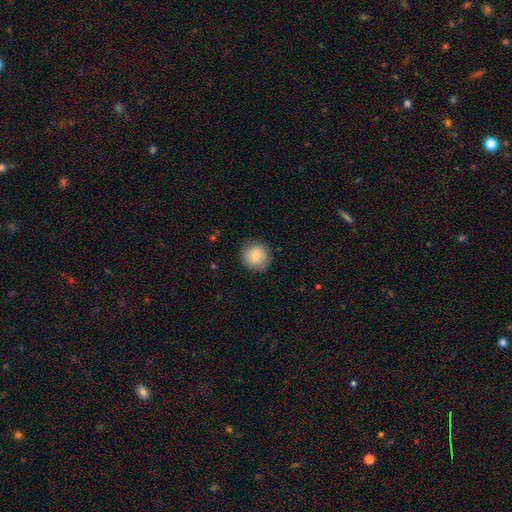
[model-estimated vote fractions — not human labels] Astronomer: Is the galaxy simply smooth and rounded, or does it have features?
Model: smooth — 80%.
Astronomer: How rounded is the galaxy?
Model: round — 92%.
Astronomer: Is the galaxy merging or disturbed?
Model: none — 86%.